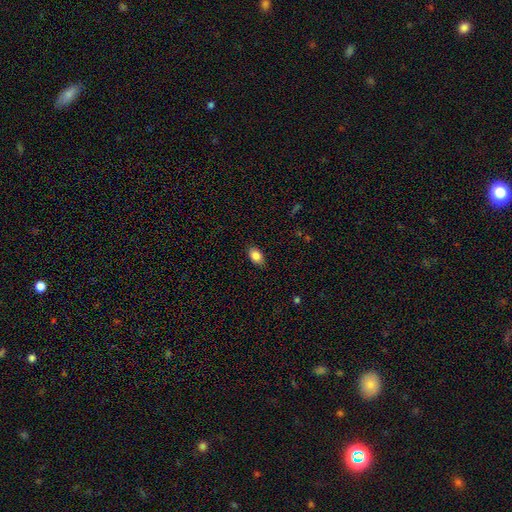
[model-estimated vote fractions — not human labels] A smooth galaxy with no disk features (85%) that is in between round and cigar-shaped (87%).

Vote fractions:
- Smooth or featured? smooth: 85% / star or artifact: 8% / featured or disk: 7%
- How rounded? in between: 87% / round: 11% / cigar-shaped: 2%
- Merging? none: 84% / minor disturbance: 12% / major disturbance: 3% / merger: 1%